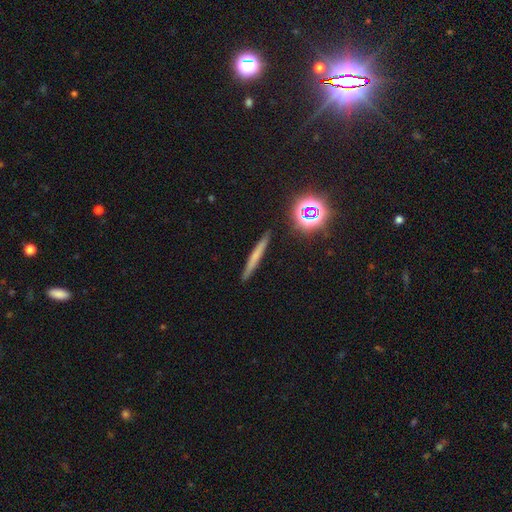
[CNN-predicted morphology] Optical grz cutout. It shows a smooth galaxy with no disk features (54%) that is cigar-shaped (93%). Merging: none (89%).